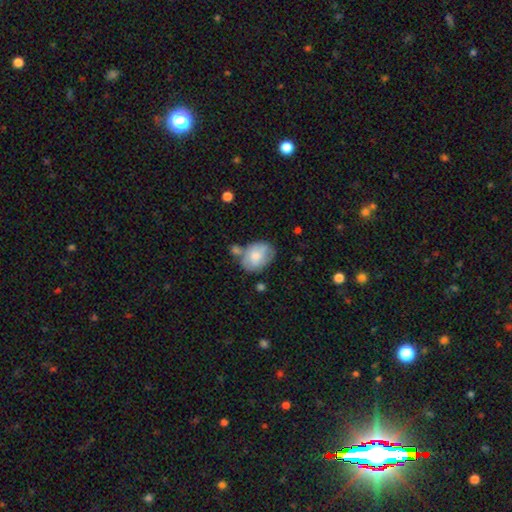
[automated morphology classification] Smooth or featured: smooth — 62% (featured or disk — 31%)
How rounded: in between — 69% (round — 30%)
Merging: none — 44% (minor disturbance — 27%)